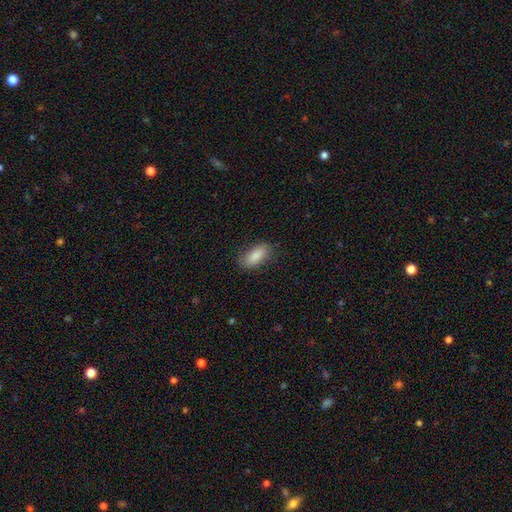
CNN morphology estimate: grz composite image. It shows a smooth galaxy with no disk features (86%) that is in between round and cigar-shaped (87%). Merging: none (80%).